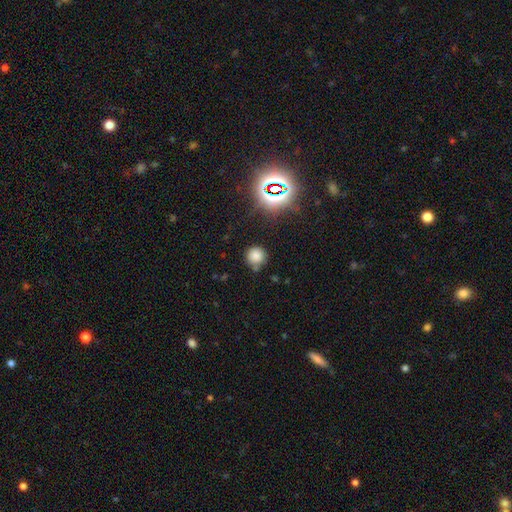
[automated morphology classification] Smooth or featured?
  - smooth: 76% *
  - star or artifact: 18%
  - featured or disk: 7%
How rounded?
  - round: 92% *
  - in between: 7%
  - cigar-shaped: 1%
Merging?
  - none: 72% *
  - minor disturbance: 16%
  - merger: 7%
  - major disturbance: 4%